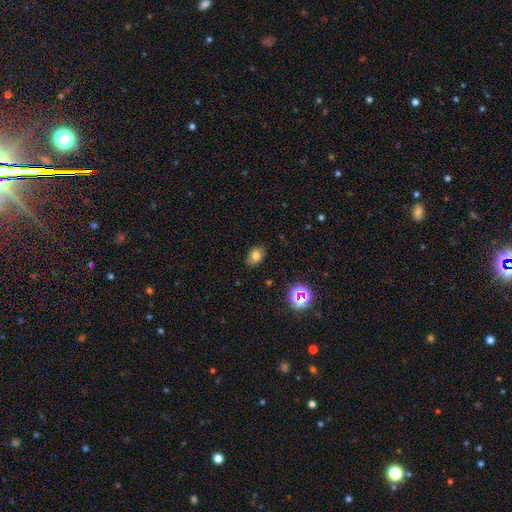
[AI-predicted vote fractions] Smooth or featured?
  - smooth: 76% *
  - star or artifact: 14%
  - featured or disk: 10%
How rounded?
  - in between: 69% *
  - round: 30%
  - cigar-shaped: 1%
Merging?
  - none: 84% *
  - minor disturbance: 12%
  - major disturbance: 3%
  - merger: 1%